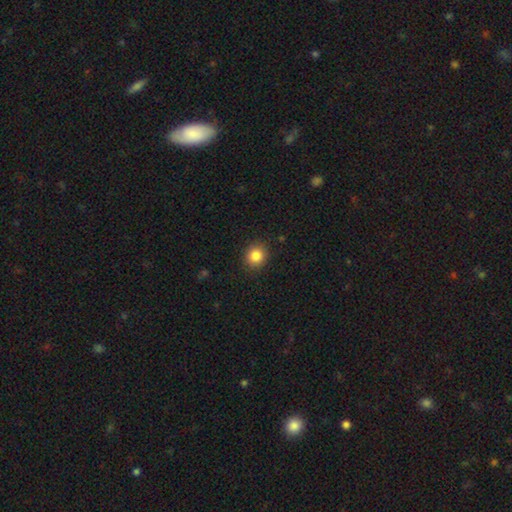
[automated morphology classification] Overall: smooth (85%). How rounded: round (83%). Merging: none (90%).